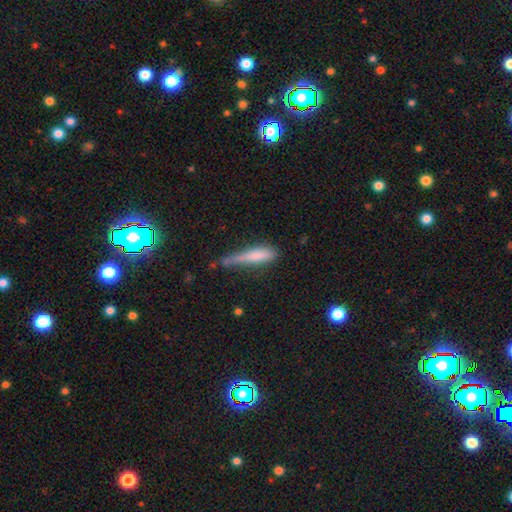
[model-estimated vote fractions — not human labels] A smooth galaxy with no disk features (74%) that is cigar-shaped (81%).

Vote fractions:
- Smooth or featured? smooth: 74% / featured or disk: 18% / star or artifact: 8%
- How rounded? cigar-shaped: 81% / in between: 17% / round: 2%
- Merging? none: 37% / minor disturbance: 36% / major disturbance: 19% / merger: 7%